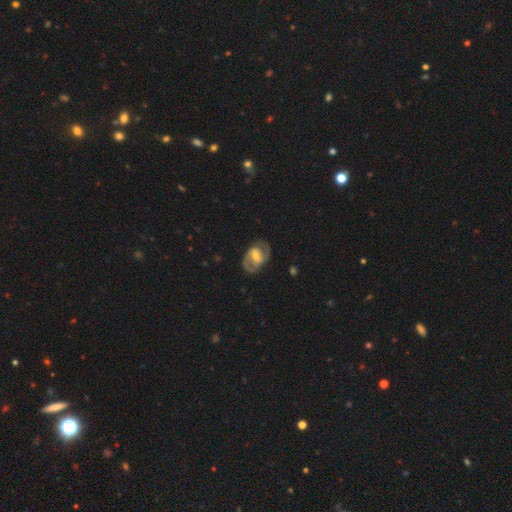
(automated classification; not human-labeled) Smooth or featured?
  - featured or disk: 75% *
  - smooth: 19%
  - star or artifact: 5%
Edge-on disk?
  - no: 96% *
  - yes: 4%
Bar?
  - weak: 47% *
  - strong: 30%
  - no: 24%
Spiral arms?
  - yes: 84% *
  - no: 16%
Spiral winding?
  - medium: 52% *
  - tight: 31%
  - loose: 17%
Spiral arm count?
  - 2: 86% *
  - can't tell: 8%
  - 1: 3%
  - 3: 1%
  - 4: 1%
  - more than 4: 1%
Bulge size?
  - moderate: 53% *
  - small: 31%
  - large: 11%
  - none: 4%
  - dominant: 1%
Merging?
  - none: 78% *
  - minor disturbance: 14%
  - major disturbance: 7%
  - merger: 1%